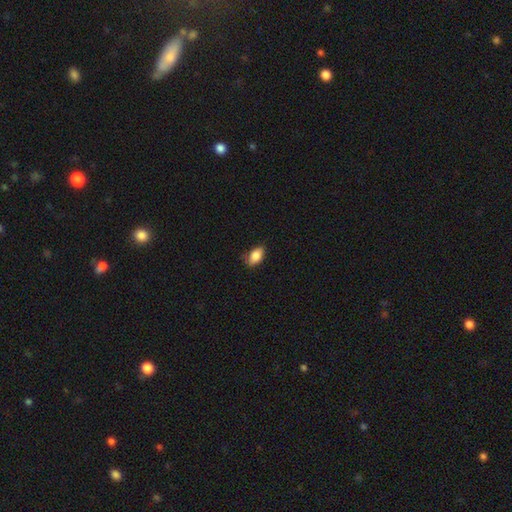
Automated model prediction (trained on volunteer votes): Smooth or featured: smooth — 85% (star or artifact — 8%)
How rounded: in between — 89% (round — 8%)
Merging: none — 72% (minor disturbance — 23%)